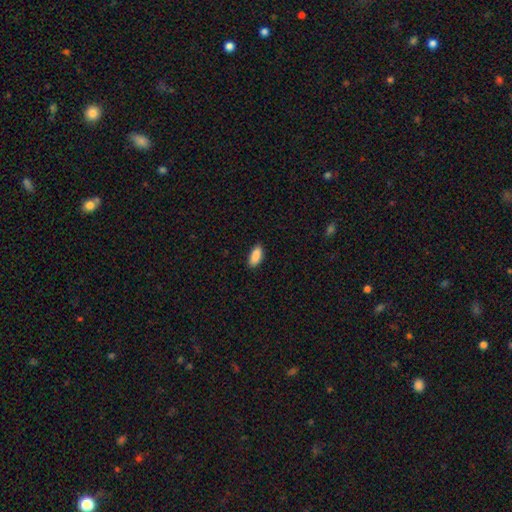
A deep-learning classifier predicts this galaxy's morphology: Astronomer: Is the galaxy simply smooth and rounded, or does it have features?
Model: smooth — 90%.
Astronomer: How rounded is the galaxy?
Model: in between — 88%.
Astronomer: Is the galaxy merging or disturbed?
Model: none — 87%.